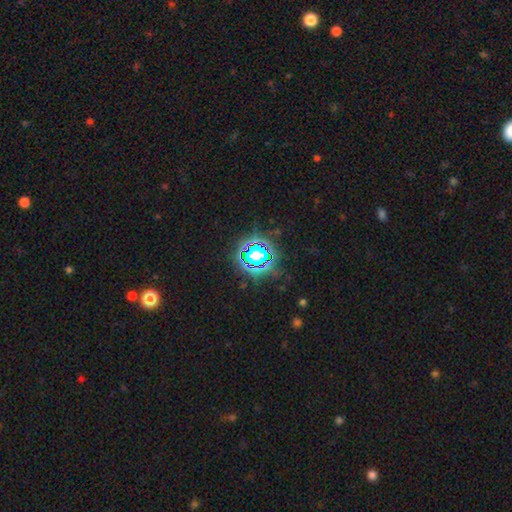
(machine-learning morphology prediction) smooth-or-featured: star or artifact: 69% | smooth: 18% | featured or disk: 12%